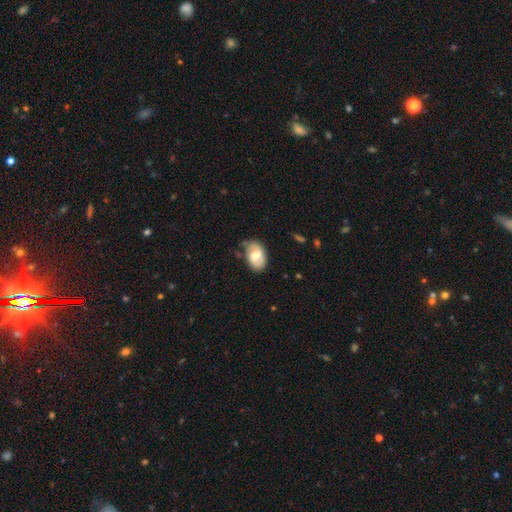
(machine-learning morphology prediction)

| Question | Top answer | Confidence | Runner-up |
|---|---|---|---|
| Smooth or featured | smooth | 50% | featured or disk (43%) |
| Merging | none | 60% | minor disturbance (30%) |